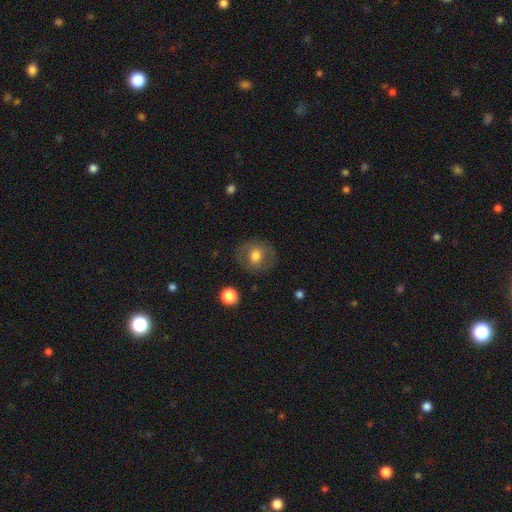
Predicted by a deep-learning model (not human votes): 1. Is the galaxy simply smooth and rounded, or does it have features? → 65% smooth, 26% featured or disk, 8% star or artifact.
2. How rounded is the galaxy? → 81% round, 18% in between, 1% cigar-shaped.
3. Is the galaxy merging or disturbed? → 82% none, 11% minor disturbance, 5% major disturbance, 1% merger.